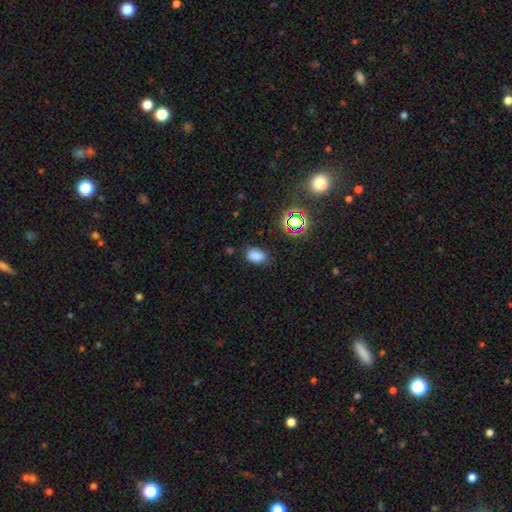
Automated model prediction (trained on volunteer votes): A smooth galaxy with no disk features (78%) that is in between round and cigar-shaped (87%).

Vote fractions:
- Smooth or featured? smooth: 78% / star or artifact: 17% / featured or disk: 5%
- How rounded? in between: 87% / round: 11% / cigar-shaped: 2%
- Merging? none: 78% / minor disturbance: 16% / major disturbance: 4% / merger: 2%